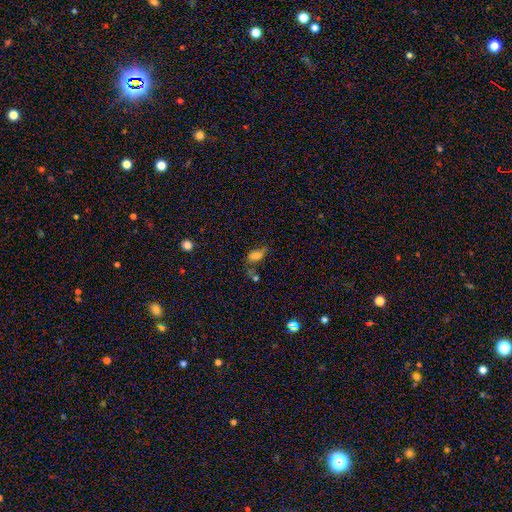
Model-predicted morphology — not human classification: Smooth or featured? smooth (67%)
How rounded? in between (83%)
Merging? none (34%)